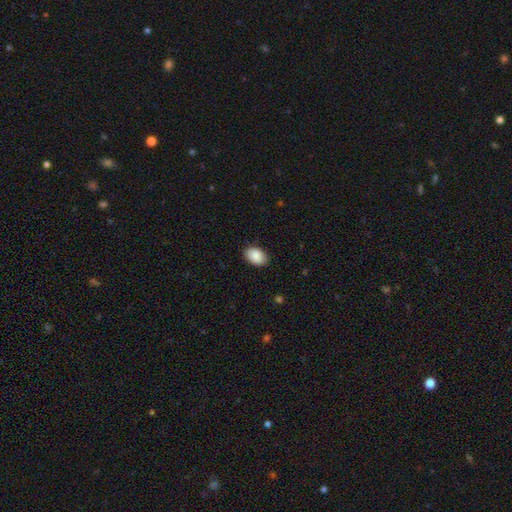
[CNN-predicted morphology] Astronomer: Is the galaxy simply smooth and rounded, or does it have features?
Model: smooth — 90%.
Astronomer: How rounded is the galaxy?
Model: in between — 87%.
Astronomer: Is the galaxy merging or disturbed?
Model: none — 86%.